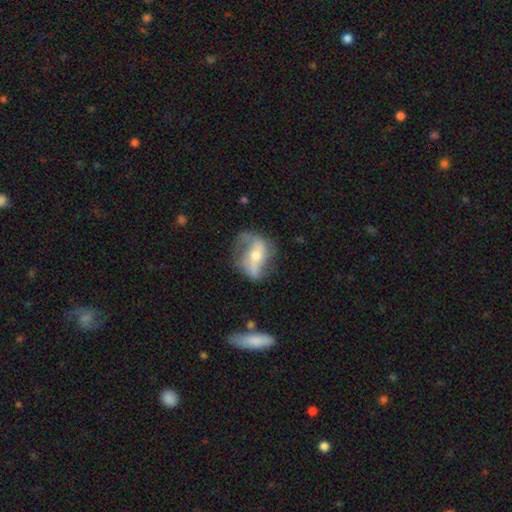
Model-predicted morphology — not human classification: This appears to be a featured or disk galaxy (74%) with a strong bar (38%), 2 (82%) loose (66%) spiral arms (81%) and a moderate central bulge (57%). Merging: none (56%).